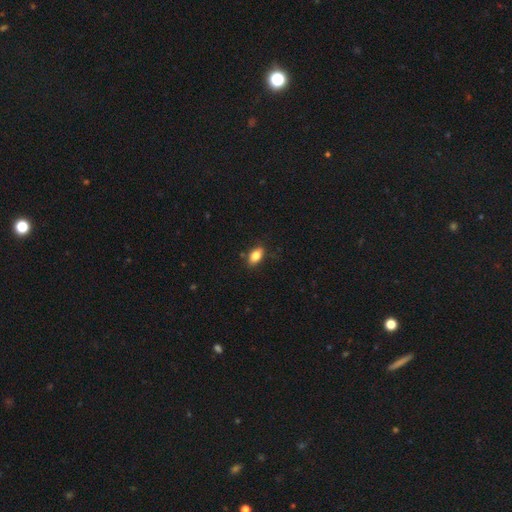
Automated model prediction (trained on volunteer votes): A smooth galaxy with no disk features (81%) that is in between round and cigar-shaped (88%).

Vote fractions:
- Smooth or featured? smooth: 81% / featured or disk: 11% / star or artifact: 8%
- How rounded? in between: 88% / round: 7% / cigar-shaped: 5%
- Merging? none: 82% / minor disturbance: 14% / major disturbance: 3% / merger: 2%